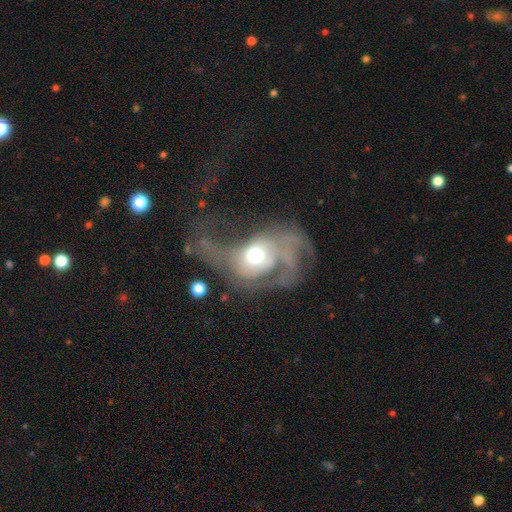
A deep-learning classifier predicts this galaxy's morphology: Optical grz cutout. It shows a featured or disk galaxy (62%) with no bar (78%), spiral arms (56%) and a moderate central bulge (63%). Merging: major disturbance (63%).